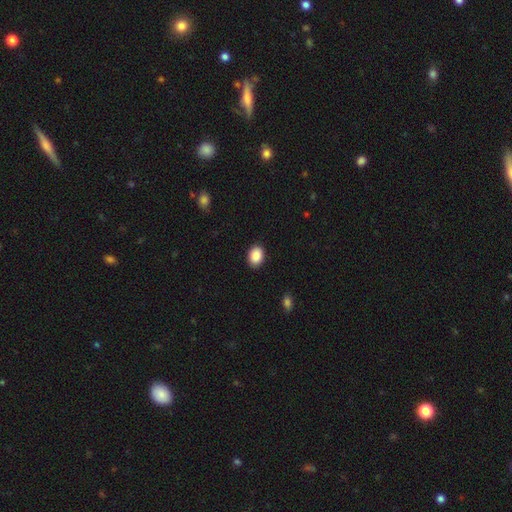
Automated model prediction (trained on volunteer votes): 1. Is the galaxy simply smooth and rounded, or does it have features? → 89% smooth, 7% star or artifact, 3% featured or disk.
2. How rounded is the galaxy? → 72% in between, 27% round, 1% cigar-shaped.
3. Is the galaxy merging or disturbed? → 90% none, 7% minor disturbance, 2% major disturbance, 1% merger.